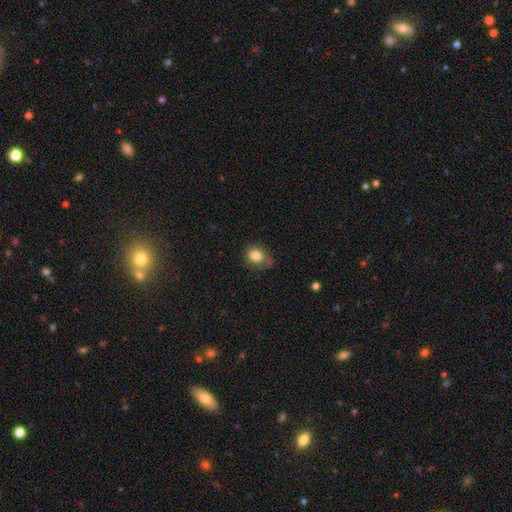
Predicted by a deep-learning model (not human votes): The model was most divided on "how rounded": round: 50%, in between: 48%, cigar-shaped: 1%. More confident: smooth or featured — smooth (80%); merging — none (53%).